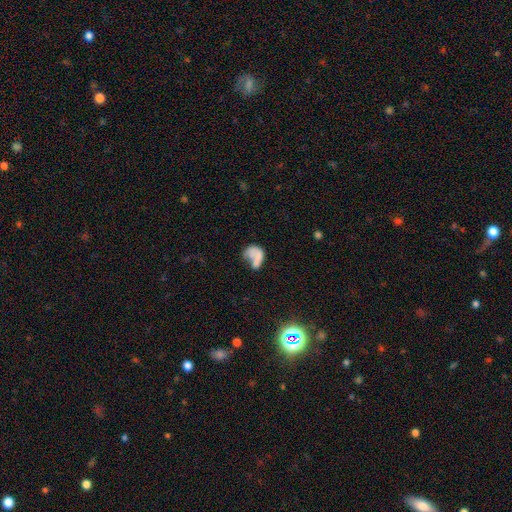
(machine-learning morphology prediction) smooth-or-featured: smooth: 58% | featured or disk: 30% | star or artifact: 12%
  how-rounded: in between: 68% | round: 29% | cigar-shaped: 3%
  merging: major disturbance: 32% | none: 25% | merger: 25% | minor disturbance: 18%